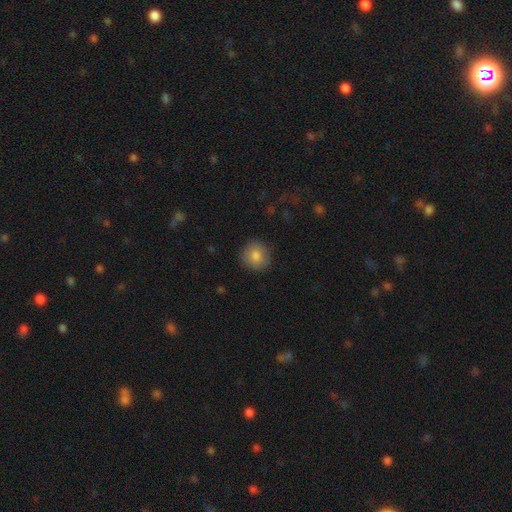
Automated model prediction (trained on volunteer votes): Smooth or featured? smooth (83%)
How rounded? round (91%)
Merging? none (88%)